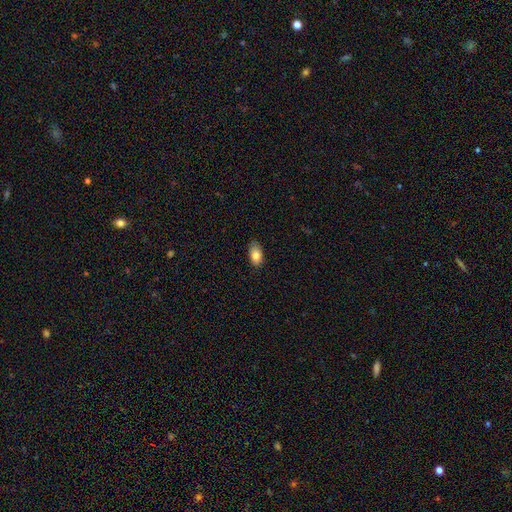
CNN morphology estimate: Smooth or featured: smooth — 82% (featured or disk — 10%)
How rounded: in between — 92% (round — 6%)
Merging: none — 81% (minor disturbance — 16%)